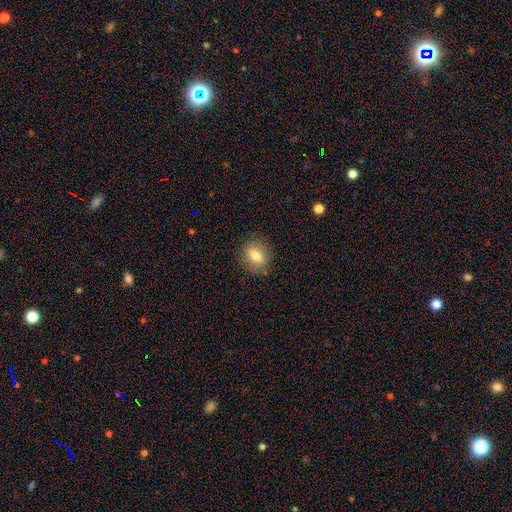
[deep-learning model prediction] Overall: smooth (74%). How rounded: round (54%; in between 44%). Merging: none (85%).